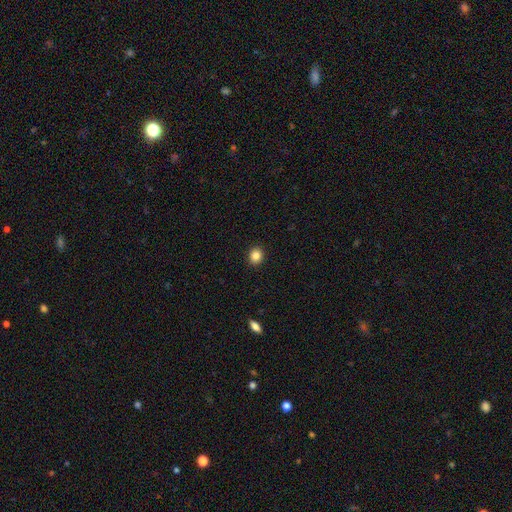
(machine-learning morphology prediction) smooth 85%, star or artifact 11%, featured or disk 4%. Down the decision tree: how rounded — round (72%); merging — none (92%).